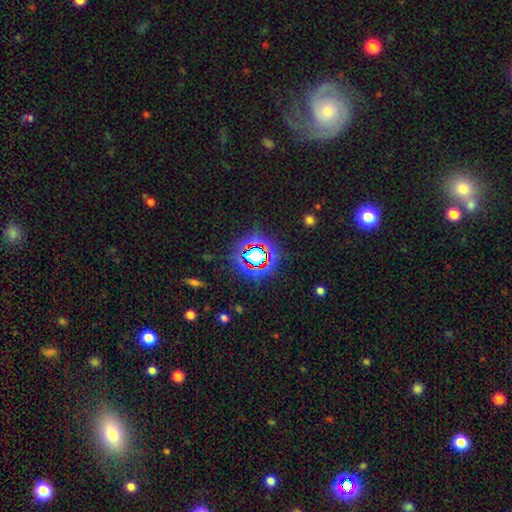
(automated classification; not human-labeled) Smooth or featured? Predicted: star or artifact (p=0.69).